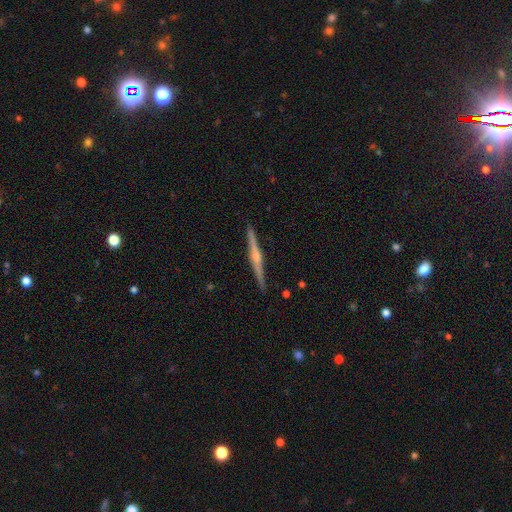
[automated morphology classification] Smooth or featured?
  - featured or disk: 82% *
  - smooth: 12%
  - star or artifact: 5%
Edge-on disk?
  - yes: 99% *
  - no: 1%
Edge-on bulge?
  - rounded: 86% *
  - none: 8%
  - boxy: 7%
Merging?
  - none: 92% *
  - minor disturbance: 6%
  - major disturbance: 1%
  - merger: 1%